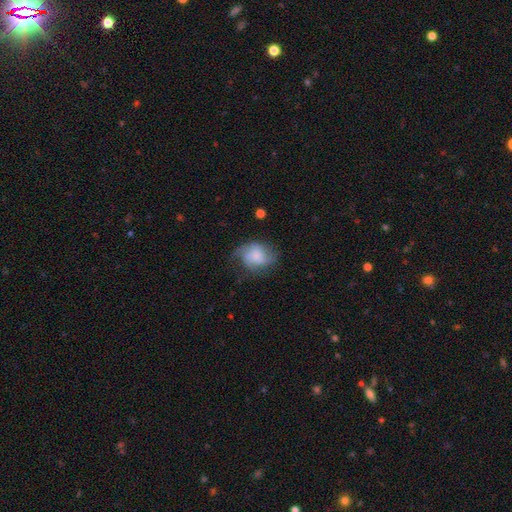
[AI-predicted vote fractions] Smooth or featured: featured or disk — 48% (smooth — 44%)
Merging: none — 46% (minor disturbance — 29%)